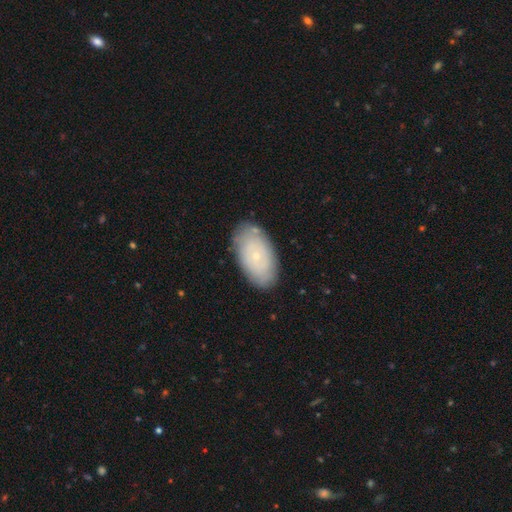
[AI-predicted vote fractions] Smooth or featured: smooth — 48% (featured or disk — 44%)
Merging: none — 81% (minor disturbance — 14%)